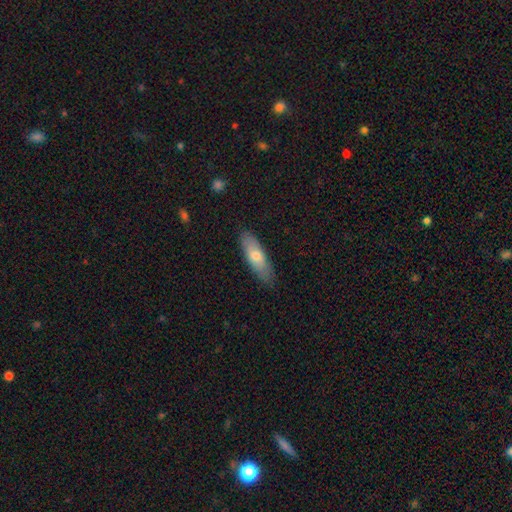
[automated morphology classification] Smooth or featured?
  - smooth: 68% *
  - featured or disk: 26%
  - star or artifact: 6%
How rounded?
  - in between: 52% *
  - cigar-shaped: 46%
  - round: 2%
Merging?
  - none: 83% *
  - minor disturbance: 13%
  - major disturbance: 2%
  - merger: 1%